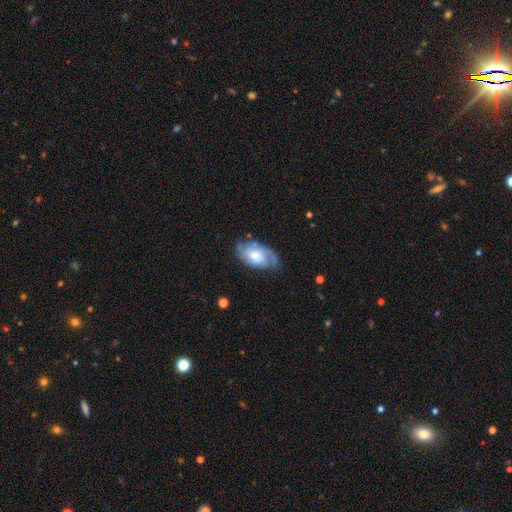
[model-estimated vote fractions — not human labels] Smooth or featured? featured or disk (51%)
Edge-on disk? no (94%)
Merging? none (60%)